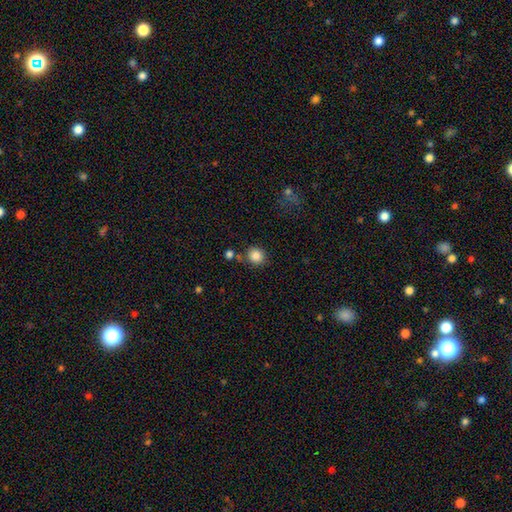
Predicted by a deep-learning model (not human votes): smooth 86%, star or artifact 10%, featured or disk 4%. Down the decision tree: how rounded — round (87%); merging — none (78%).